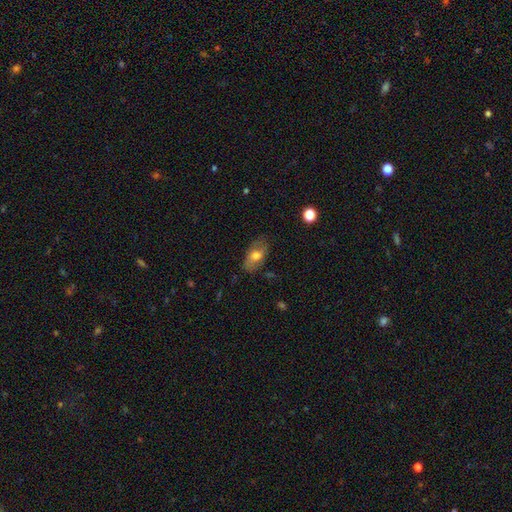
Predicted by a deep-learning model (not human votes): smooth 64%, featured or disk 28%, star or artifact 7%. Down the decision tree: how rounded — in between (91%); merging — none (75%).